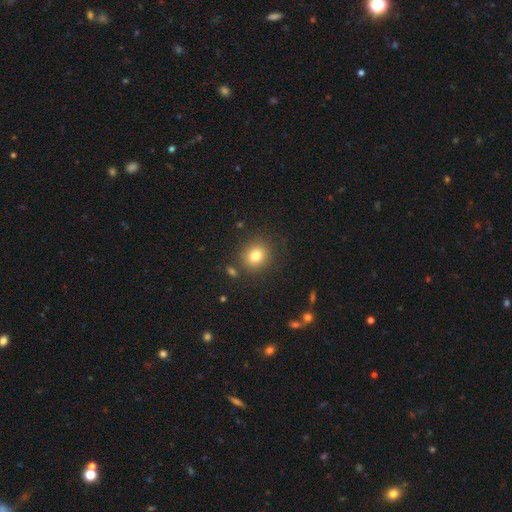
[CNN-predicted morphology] Smooth or featured? smooth (79%)
How rounded? round (77%)
Merging? none (84%)